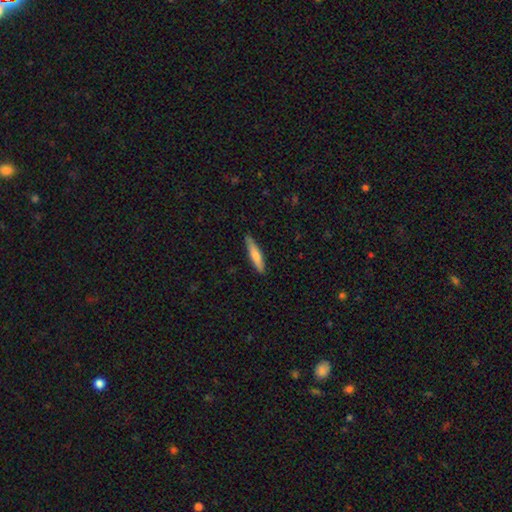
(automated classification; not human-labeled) Smooth or featured: smooth — 71% (featured or disk — 23%)
How rounded: cigar-shaped — 85% (in between — 13%)
Merging: none — 85% (minor disturbance — 12%)